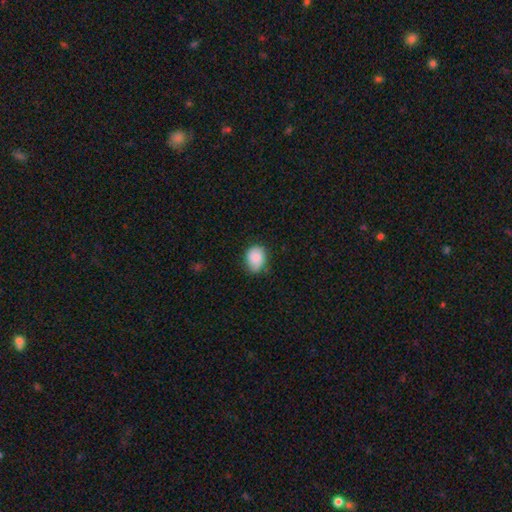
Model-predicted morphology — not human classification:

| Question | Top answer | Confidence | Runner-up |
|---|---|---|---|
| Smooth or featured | smooth | 83% | featured or disk (10%) |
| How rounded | in between | 62% | round (38%) |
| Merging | none | 67% | minor disturbance (27%) |